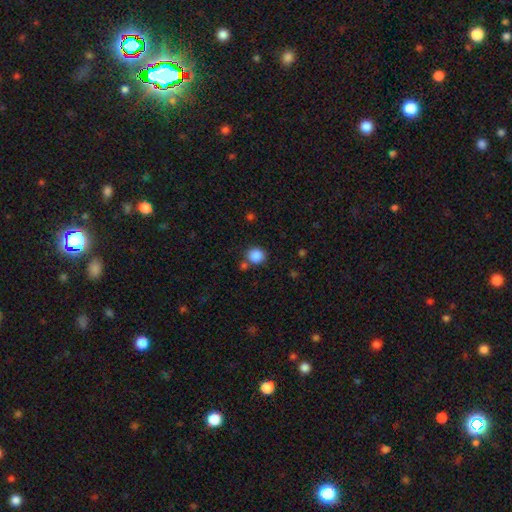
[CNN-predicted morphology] Smooth or featured?
  - smooth: 86% *
  - star or artifact: 10%
  - featured or disk: 3%
How rounded?
  - round: 83% *
  - in between: 16%
  - cigar-shaped: 1%
Merging?
  - none: 75% *
  - merger: 11%
  - minor disturbance: 11%
  - major disturbance: 4%